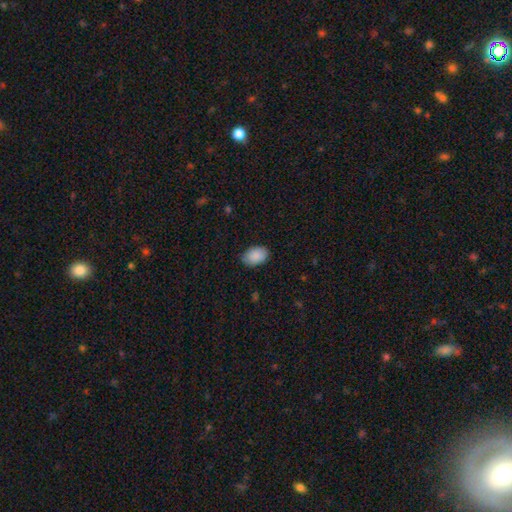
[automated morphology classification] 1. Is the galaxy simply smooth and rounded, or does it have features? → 89% smooth, 6% star or artifact, 4% featured or disk.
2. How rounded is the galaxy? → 87% in between, 12% round, 1% cigar-shaped.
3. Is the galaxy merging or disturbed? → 85% none, 12% minor disturbance, 2% major disturbance, 1% merger.